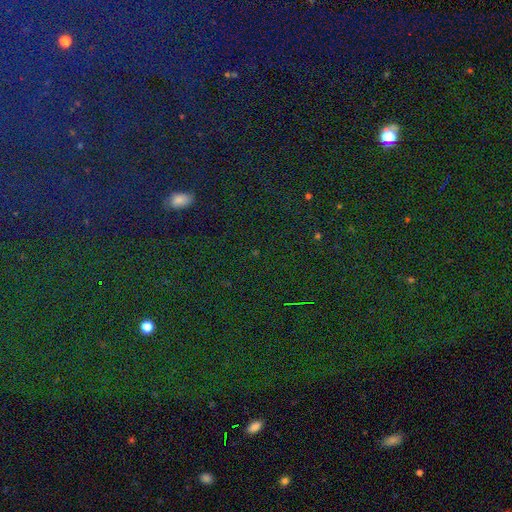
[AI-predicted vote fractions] Overall: star or artifact (80%).